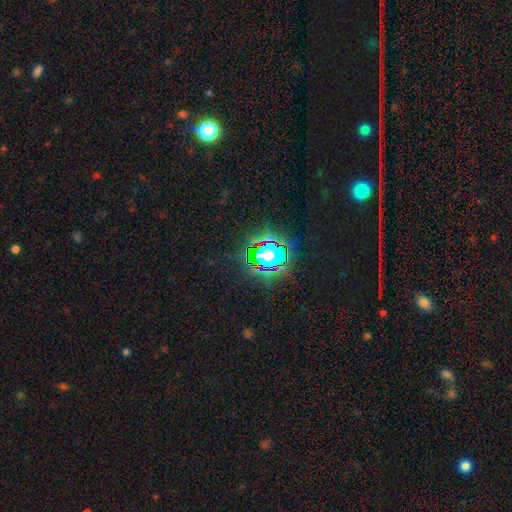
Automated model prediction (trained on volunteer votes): Smooth or featured? star or artifact (80%)